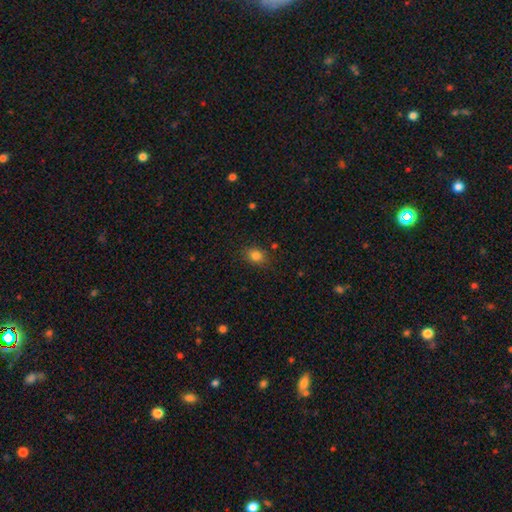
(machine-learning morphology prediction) Overall: smooth (82%). How rounded: in between (55%; round 44%). Merging: none (83%).